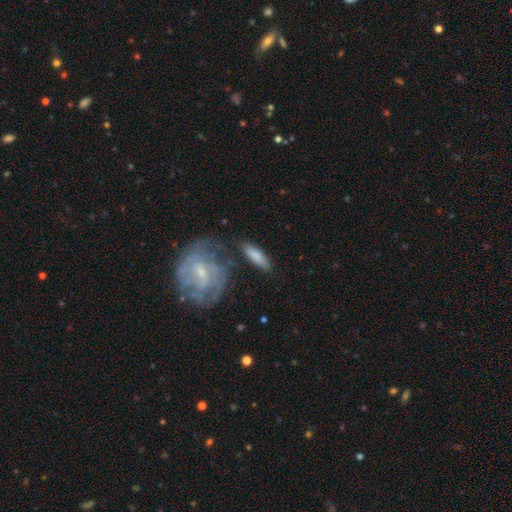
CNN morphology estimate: Q: Smooth or featured?
A: smooth (71%); runner-up: featured or disk (23%)
Q: How rounded?
A: cigar-shaped (55%); runner-up: in between (42%)
Q: Merging?
A: none (71%); runner-up: minor disturbance (16%)